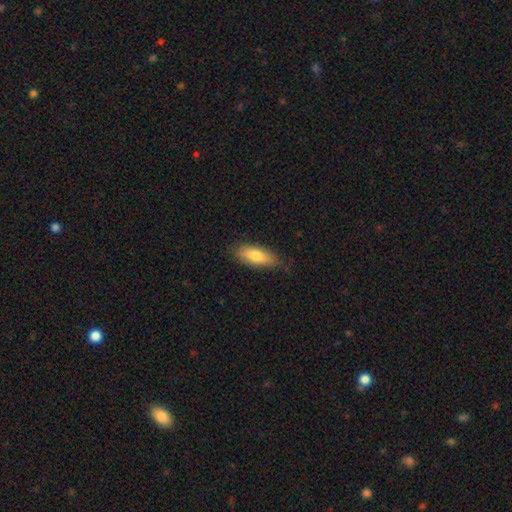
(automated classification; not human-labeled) Smooth or featured?
  - smooth: 78% *
  - featured or disk: 16%
  - star or artifact: 6%
How rounded?
  - in between: 73% *
  - cigar-shaped: 25%
  - round: 2%
Merging?
  - none: 77% *
  - minor disturbance: 19%
  - major disturbance: 3%
  - merger: 1%